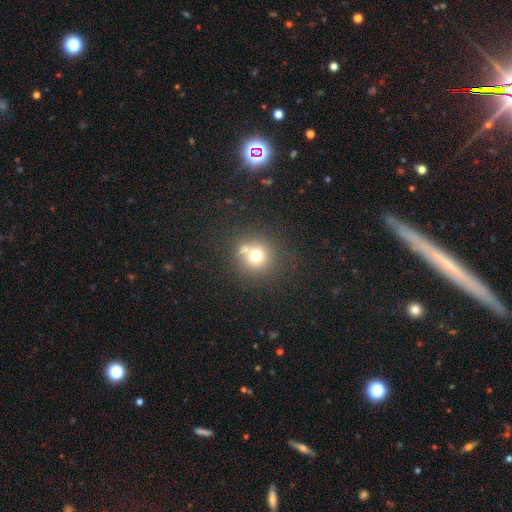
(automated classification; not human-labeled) The model was most divided on "merging": none: 63%, merger: 24%, minor disturbance: 9%, major disturbance: 4%. More confident: how rounded — round (90%); smooth or featured — smooth (71%).